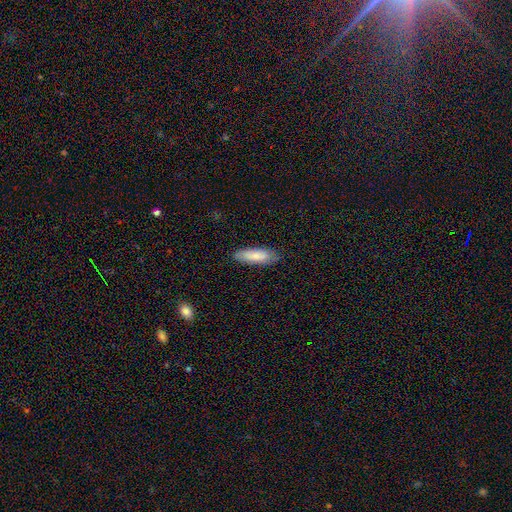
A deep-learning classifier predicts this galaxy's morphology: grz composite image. It shows a smooth galaxy with no disk features (81%) that is in between round and cigar-shaped (51%). Merging: none (83%).